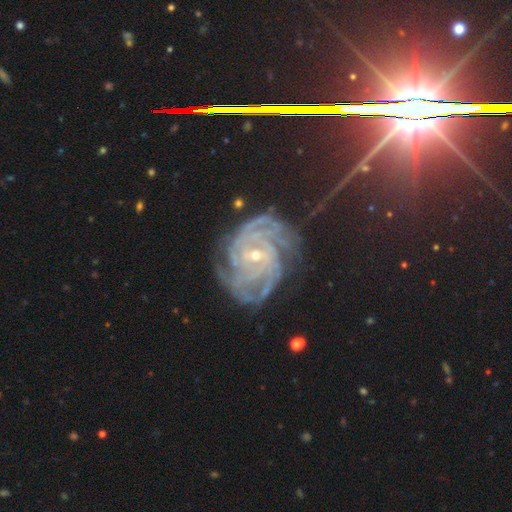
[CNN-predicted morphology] smooth-or-featured: featured or disk: 87% | star or artifact: 8% | smooth: 4%
  disk-edge-on: no: 97% | yes: 3%
    bar: no: 49% | weak: 36% | strong: 15%
    has-spiral-arms: yes: 98% | no: 2%
      spiral-winding: tight: 76% | medium: 20% | loose: 4%
      spiral-arm-count: 4: 25% | can't tell: 20% | more than 4: 20% | 3: 16% | 2: 11% | 1: 9%
    bulge-size: small: 70% | moderate: 27% | large: 1% | none: 1% | dominant: 1%
  merging: none: 73% | minor disturbance: 18% | major disturbance: 7% | merger: 2%